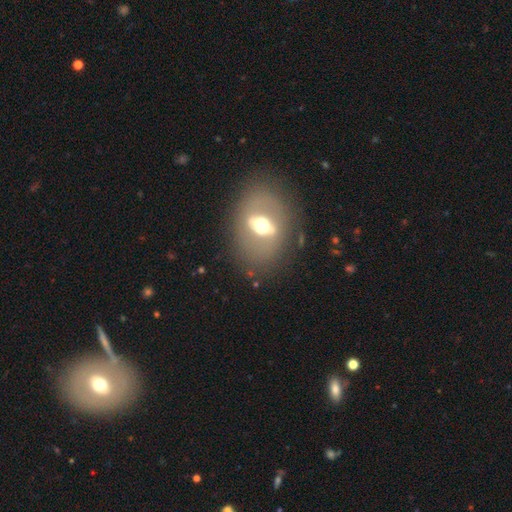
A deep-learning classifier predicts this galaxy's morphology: A featured or disk galaxy (59%). Merging: none (78%).